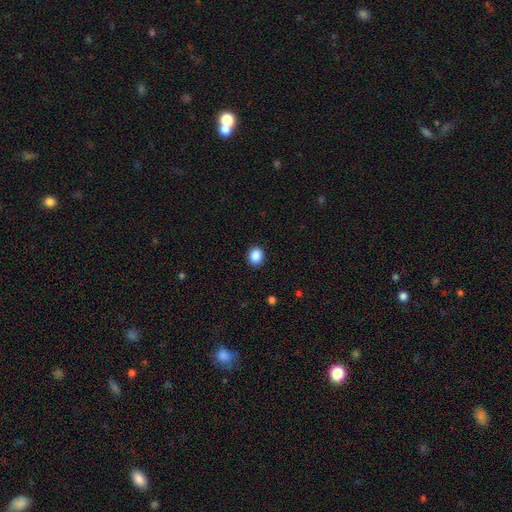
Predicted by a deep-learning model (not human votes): Smooth or featured?
  - smooth: 88% *
  - star or artifact: 9%
  - featured or disk: 3%
How rounded?
  - round: 67% *
  - in between: 32%
  - cigar-shaped: 1%
Merging?
  - none: 90% *
  - minor disturbance: 7%
  - major disturbance: 2%
  - merger: 1%